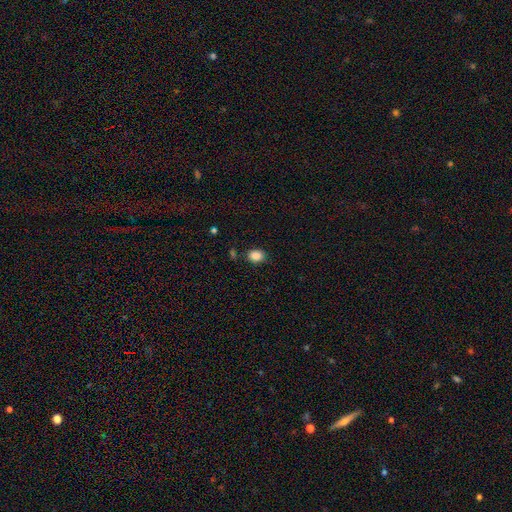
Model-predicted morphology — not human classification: This is clearly a smooth galaxy (86%). How rounded: possibly in between (54%). Merging: likely none (79%).